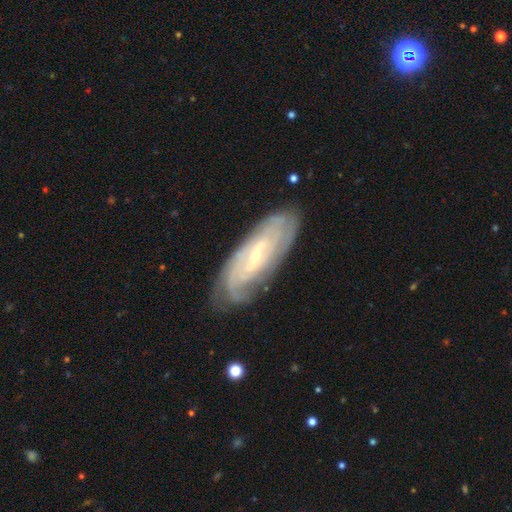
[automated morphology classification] Overall: featured or disk (83%). Edge-on disk: no (87%). Bar: weak (42%; no 30%). Spiral arms: yes (92%). Spiral arm count: can't tell (45%; 2 22%). Spiral winding: tight (66%). Bulge size: small (75%). Merging: none (76%).